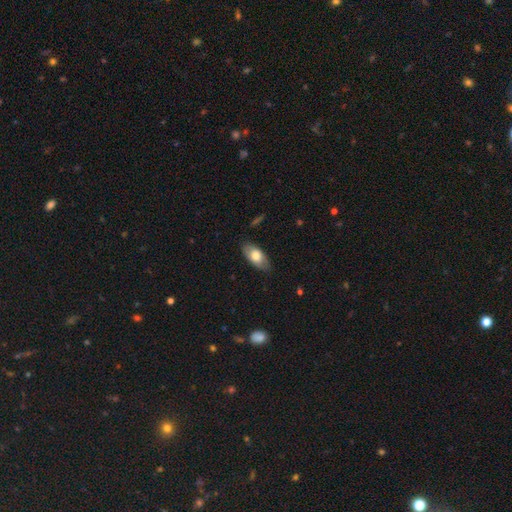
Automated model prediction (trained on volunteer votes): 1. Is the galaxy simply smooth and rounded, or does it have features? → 74% smooth, 20% featured or disk, 6% star or artifact.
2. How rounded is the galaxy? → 92% in between, 5% cigar-shaped, 3% round.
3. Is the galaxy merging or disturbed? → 83% none, 14% minor disturbance, 3% major disturbance, 1% merger.